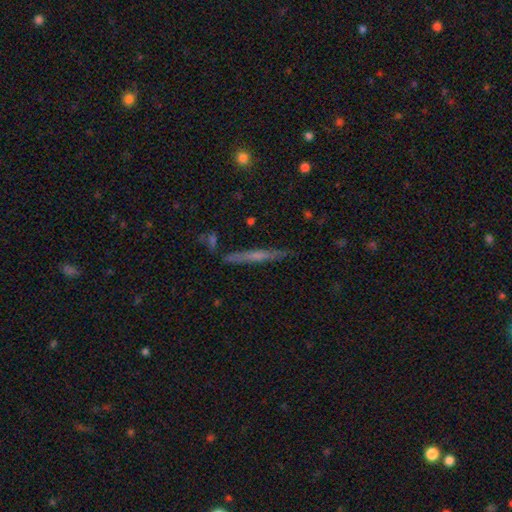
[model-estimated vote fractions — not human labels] Morphology: type=featured or disk (59%); edge-on=yes (97%); edge-on bulge=none (47%); merging=none (87%).